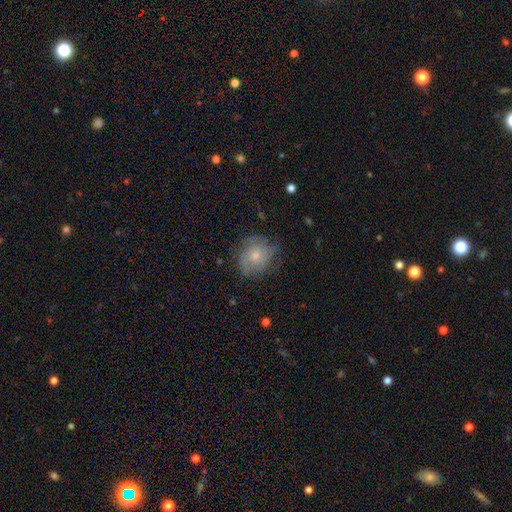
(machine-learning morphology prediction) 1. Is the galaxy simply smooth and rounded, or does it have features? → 54% smooth, 38% featured or disk, 8% star or artifact.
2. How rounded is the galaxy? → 76% round, 23% in between, 1% cigar-shaped.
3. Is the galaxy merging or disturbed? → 65% none, 24% minor disturbance, 10% major disturbance, 1% merger.